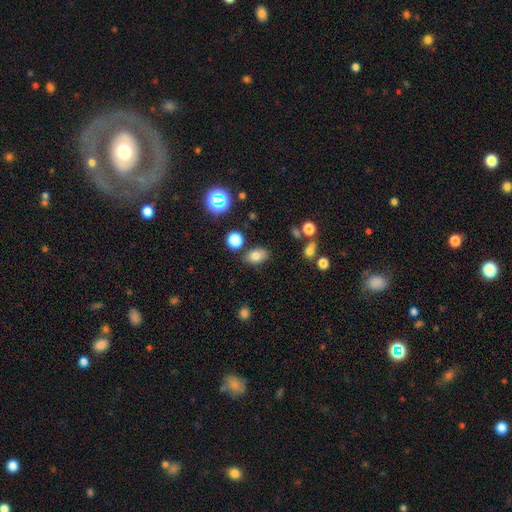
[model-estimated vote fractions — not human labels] The model was most divided on "smooth or featured": smooth: 78%, star or artifact: 12%, featured or disk: 10%. More confident: how rounded — in between (82%); merging — none (79%).